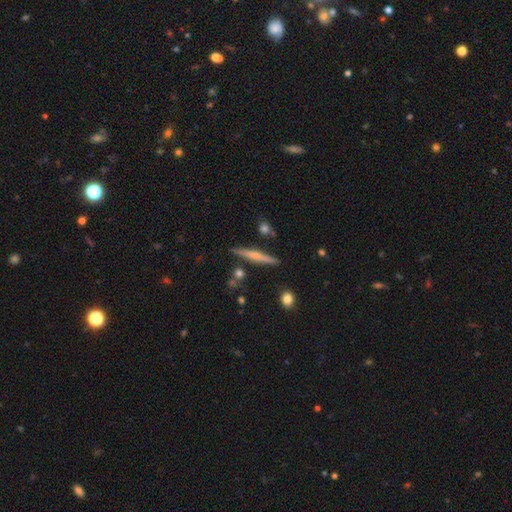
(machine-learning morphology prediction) A featured or disk galaxy (58%) viewed edge-on (97%) with a rounded central bulge (70%). Merging: none (85%).